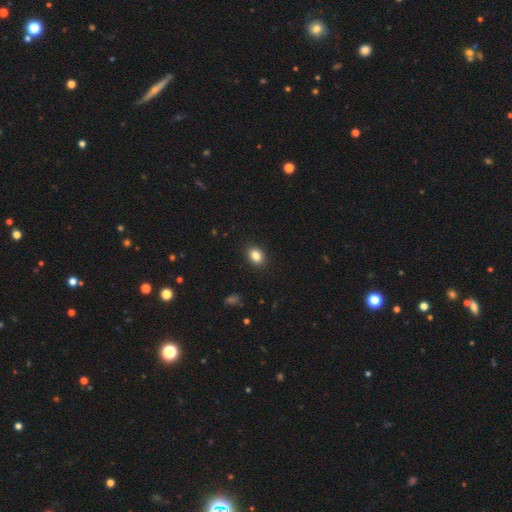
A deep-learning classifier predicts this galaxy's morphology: Smooth or featured?
  - smooth: 84% *
  - star or artifact: 10%
  - featured or disk: 6%
How rounded?
  - in between: 65% *
  - round: 34%
  - cigar-shaped: 1%
Merging?
  - none: 89% *
  - minor disturbance: 8%
  - major disturbance: 2%
  - merger: 1%